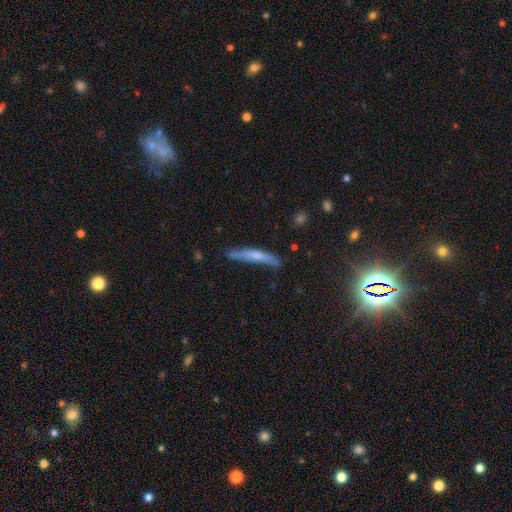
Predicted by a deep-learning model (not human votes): Smooth or featured?
  - smooth: 56% *
  - featured or disk: 37%
  - star or artifact: 7%
How rounded?
  - cigar-shaped: 93% *
  - in between: 6%
  - round: 1%
Merging?
  - none: 64% *
  - minor disturbance: 25%
  - major disturbance: 7%
  - merger: 4%